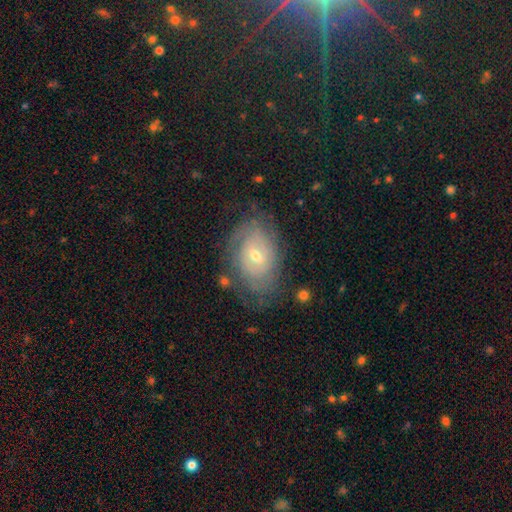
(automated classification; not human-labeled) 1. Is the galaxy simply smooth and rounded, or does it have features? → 71% featured or disk, 21% smooth, 8% star or artifact.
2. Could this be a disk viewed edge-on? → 95% no, 5% yes.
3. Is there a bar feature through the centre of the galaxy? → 45% no (tied), 45% weak (tied), 10% strong.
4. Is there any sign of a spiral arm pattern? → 80% yes, 20% no.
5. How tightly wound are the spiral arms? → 71% tight, 22% medium, 8% loose.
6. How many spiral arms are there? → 56% can't tell, 23% 2, 9% 3, 5% 1, 5% 4, 3% more than 4.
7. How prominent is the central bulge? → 52% moderate, 44% small, 2% large, 1% none, 1% dominant.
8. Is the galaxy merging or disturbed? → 69% none, 20% minor disturbance, 8% major disturbance, 2% merger.